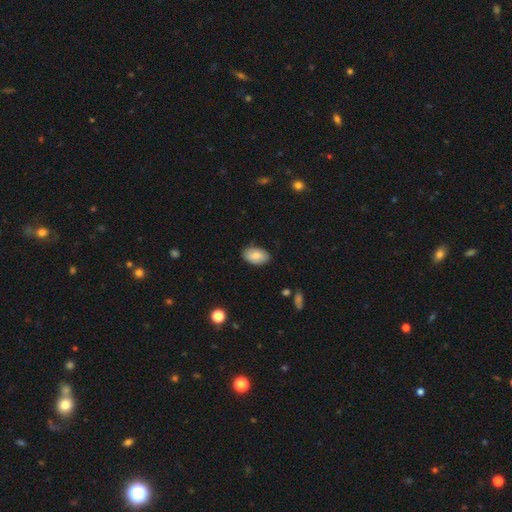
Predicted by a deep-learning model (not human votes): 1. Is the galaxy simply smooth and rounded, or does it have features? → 78% smooth, 15% featured or disk, 7% star or artifact.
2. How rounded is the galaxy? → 94% in between, 5% round, 2% cigar-shaped.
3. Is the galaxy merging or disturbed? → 83% none, 14% minor disturbance, 2% major disturbance, 1% merger.